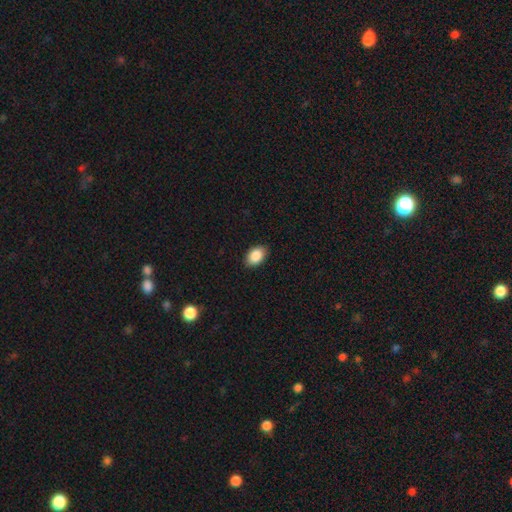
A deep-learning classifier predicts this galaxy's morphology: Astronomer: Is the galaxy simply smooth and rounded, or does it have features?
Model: smooth — 88%.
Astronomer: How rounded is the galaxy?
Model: in between — 88%.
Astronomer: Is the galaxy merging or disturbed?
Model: none — 88%.